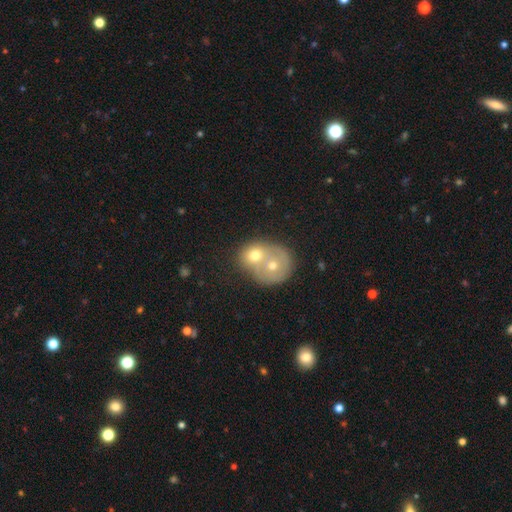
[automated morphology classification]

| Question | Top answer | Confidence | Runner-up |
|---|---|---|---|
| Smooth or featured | smooth | 58% | featured or disk (34%) |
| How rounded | round | 72% | in between (27%) |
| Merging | merger | 75% | none (17%) |